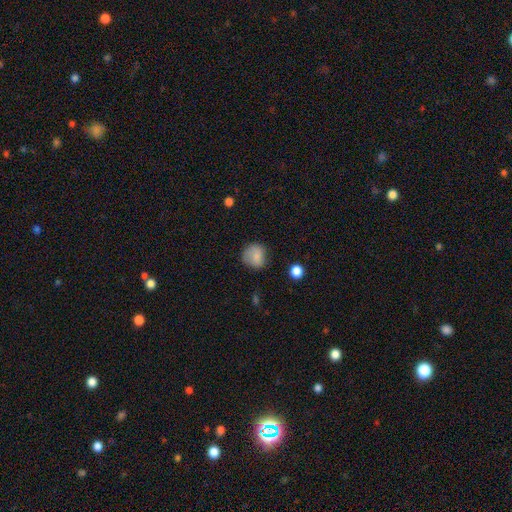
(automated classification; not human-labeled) Morphology: type=smooth (82%); roundness=round (83%); merging=none (71%).